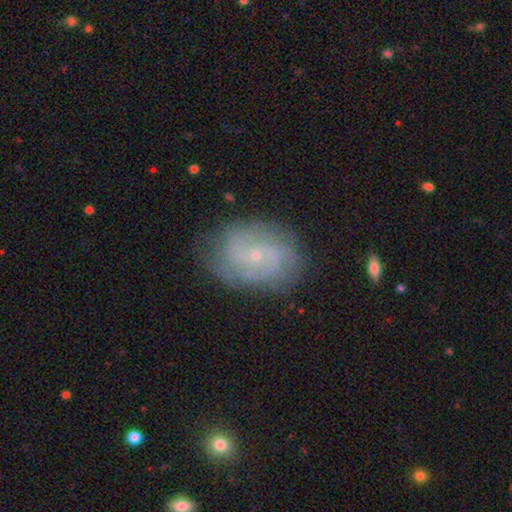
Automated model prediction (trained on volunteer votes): Smooth or featured? featured or disk (78%)
Edge-on disk? no (97%)
Bar? no (73%)
Spiral arms? yes (92%)
Spiral winding? tight (56%)
Spiral arm count? can't tell (37%)
Bulge size? small (84%)
Merging? none (79%)